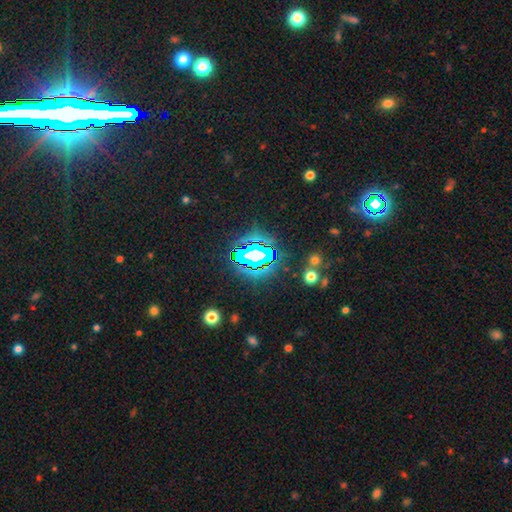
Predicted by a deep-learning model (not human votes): Smooth or featured? Predicted: star or artifact (p=0.72).